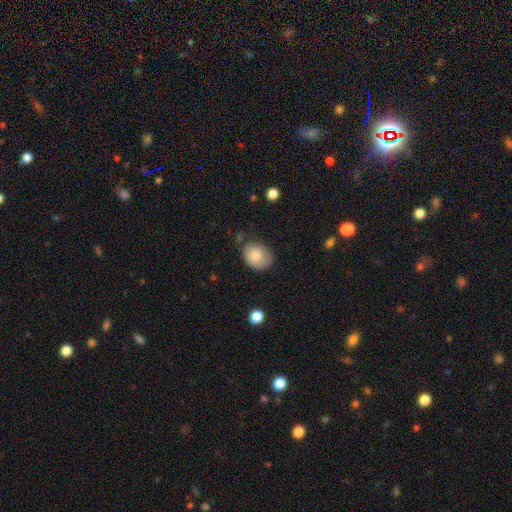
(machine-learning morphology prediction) Smooth or featured?
  - smooth: 82% *
  - featured or disk: 10%
  - star or artifact: 8%
How rounded?
  - in between: 63% *
  - round: 36%
  - cigar-shaped: 1%
Merging?
  - none: 70% *
  - minor disturbance: 22%
  - major disturbance: 5%
  - merger: 3%